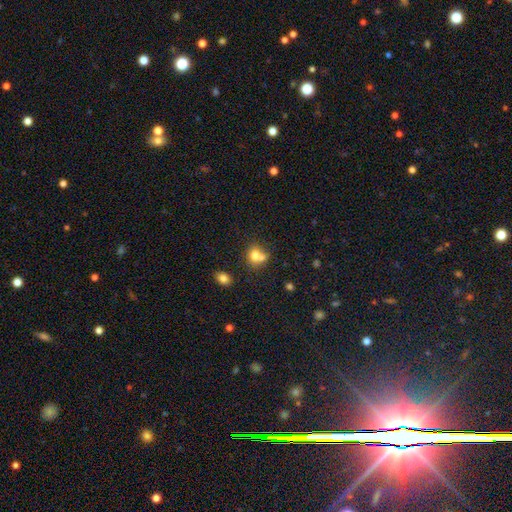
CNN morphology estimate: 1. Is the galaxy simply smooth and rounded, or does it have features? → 75% smooth, 14% featured or disk, 12% star or artifact.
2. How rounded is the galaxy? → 68% round, 31% in between, 1% cigar-shaped.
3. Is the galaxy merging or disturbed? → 51% merger, 32% none, 11% minor disturbance, 6% major disturbance.